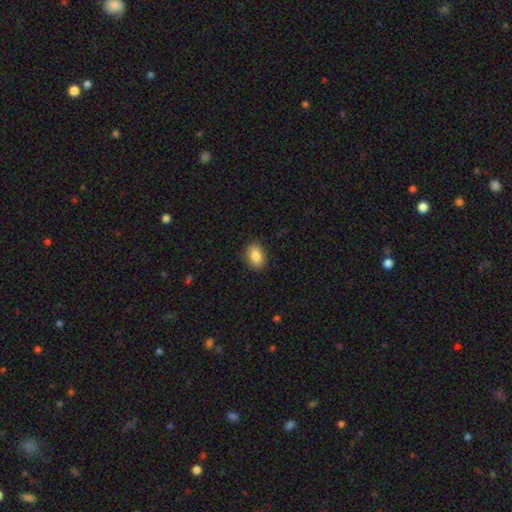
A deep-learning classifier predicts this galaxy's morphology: Q: Smooth or featured?
A: smooth (84%); runner-up: star or artifact (8%)
Q: How rounded?
A: in between (76%); runner-up: round (23%)
Q: Merging?
A: none (88%); runner-up: minor disturbance (9%)